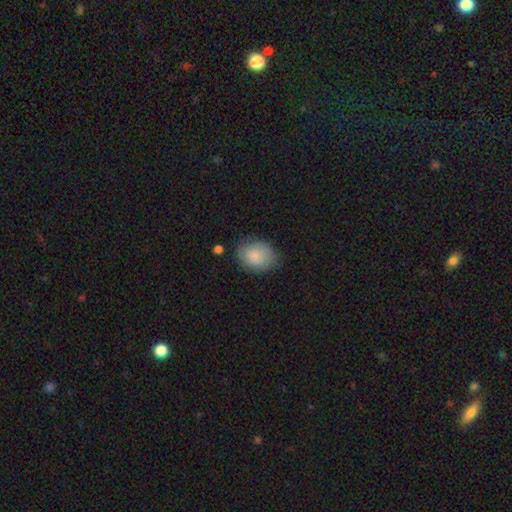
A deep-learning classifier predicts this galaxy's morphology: Smooth or featured? smooth (85%)
How rounded? in between (67%)
Merging? none (74%)